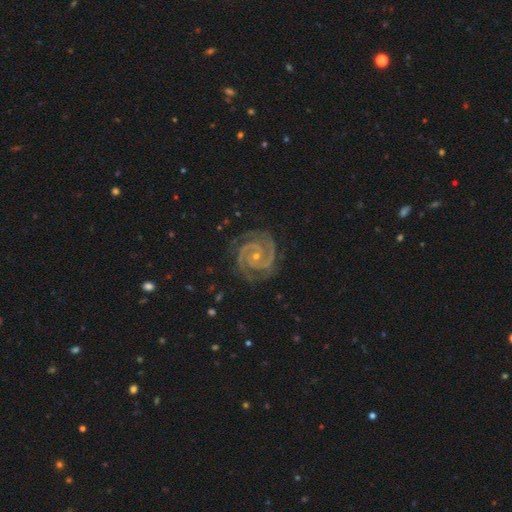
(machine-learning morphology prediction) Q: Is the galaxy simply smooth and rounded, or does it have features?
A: featured or disk — 94%.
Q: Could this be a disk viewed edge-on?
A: no — 98%.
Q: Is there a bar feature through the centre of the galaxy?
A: no — 61%.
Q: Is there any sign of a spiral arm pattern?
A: yes — 99%.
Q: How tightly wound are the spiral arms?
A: tight — 71%.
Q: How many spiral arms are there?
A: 2 — 83%.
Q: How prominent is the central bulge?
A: small — 71%.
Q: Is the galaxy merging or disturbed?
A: none — 79%.